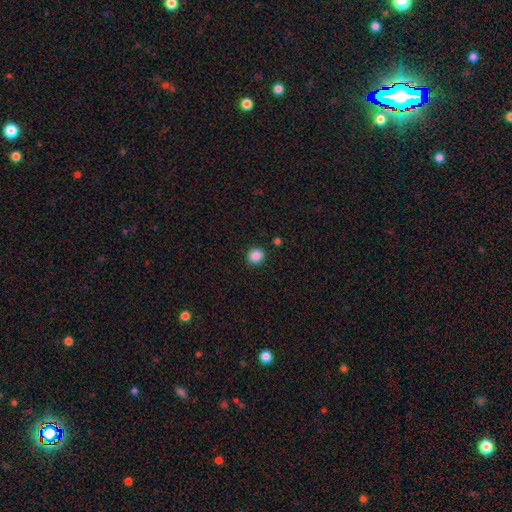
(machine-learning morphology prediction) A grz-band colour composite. It shows a smooth galaxy with no disk features (87%) that is round (85%). Merging: none (90%).